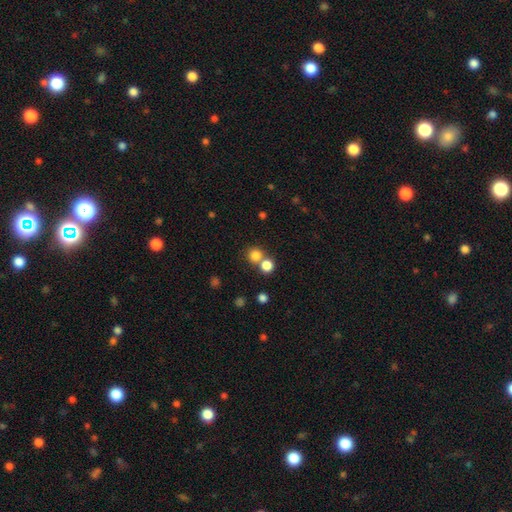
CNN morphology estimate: A smooth galaxy with no disk features (80%) that is round (90%).

Vote fractions:
- Smooth or featured? smooth: 80% / star or artifact: 13% / featured or disk: 6%
- How rounded? round: 90% / in between: 9% / cigar-shaped: 1%
- Merging? none: 57% / merger: 34% / minor disturbance: 6% / major disturbance: 3%